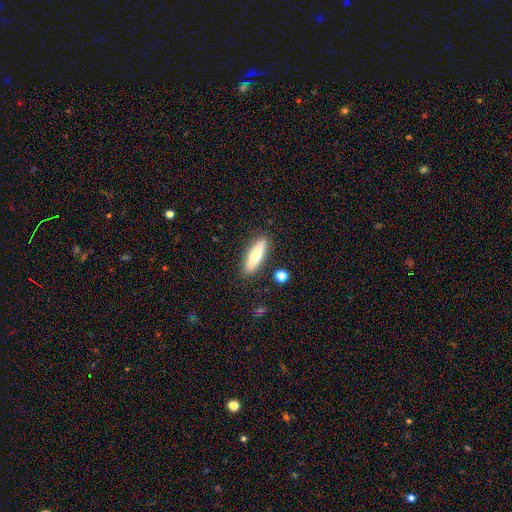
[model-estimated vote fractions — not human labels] Q: Smooth or featured?
A: smooth (65%); runner-up: featured or disk (28%)
Q: How rounded?
A: cigar-shaped (60%); runner-up: in between (38%)
Q: Merging?
A: none (86%); runner-up: minor disturbance (9%)